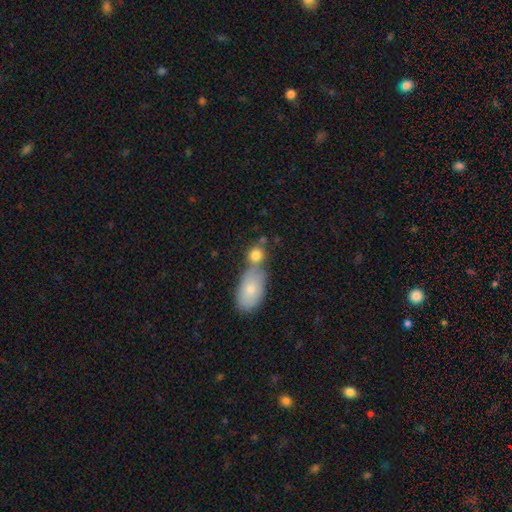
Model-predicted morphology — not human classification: Q: Smooth or featured?
A: smooth (81%); runner-up: featured or disk (11%)
Q: How rounded?
A: round (64%); runner-up: in between (33%)
Q: Merging?
A: none (44%); runner-up: merger (43%)